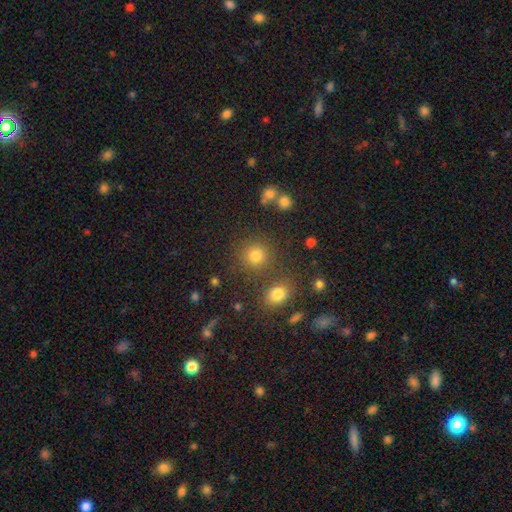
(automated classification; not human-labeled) Overall: smooth (77%). How rounded: round (90%). Merging: none (80%).